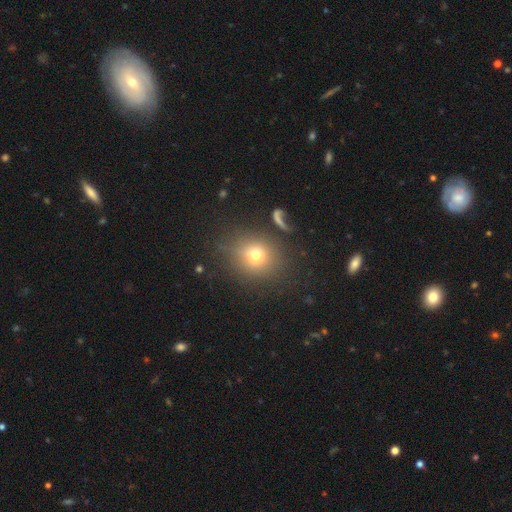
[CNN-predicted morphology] This is likely a smooth galaxy (67%). How rounded: likely round (77%). Merging: likely none (76%).